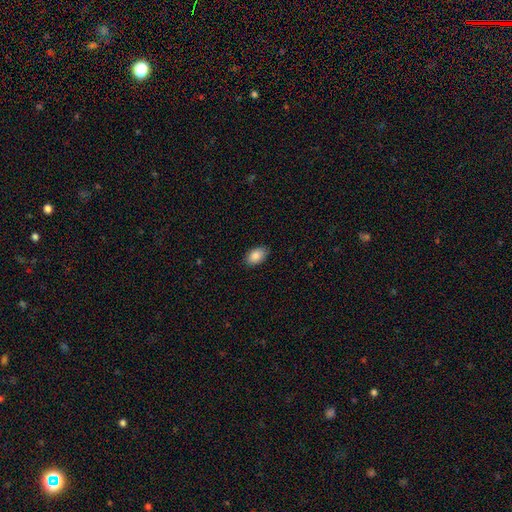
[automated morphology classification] smooth 88%, star or artifact 7%, featured or disk 5%. Down the decision tree: how rounded — in between (91%); merging — none (85%).